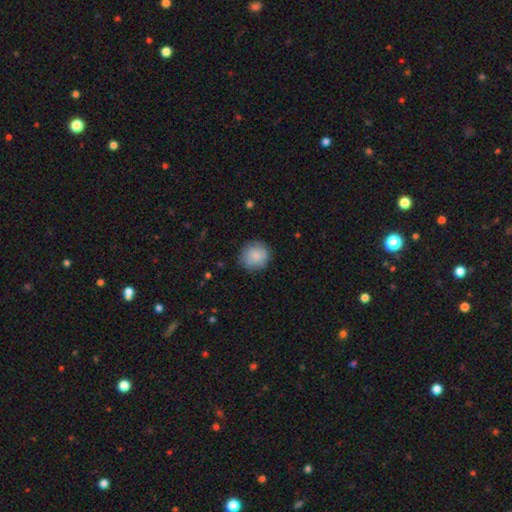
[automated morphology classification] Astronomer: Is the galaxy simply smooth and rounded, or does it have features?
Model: smooth — 85%.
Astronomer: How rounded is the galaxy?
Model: round — 91%.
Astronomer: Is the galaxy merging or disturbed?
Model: none — 84%.